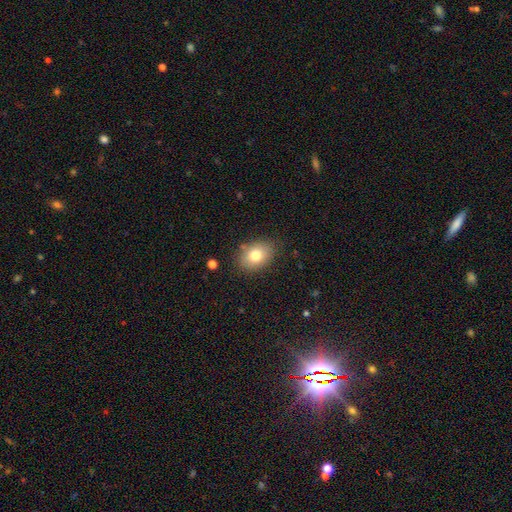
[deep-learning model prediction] Q: Smooth or featured?
A: smooth (78%); runner-up: featured or disk (13%)
Q: How rounded?
A: in between (73%); runner-up: round (26%)
Q: Merging?
A: none (83%); runner-up: minor disturbance (12%)